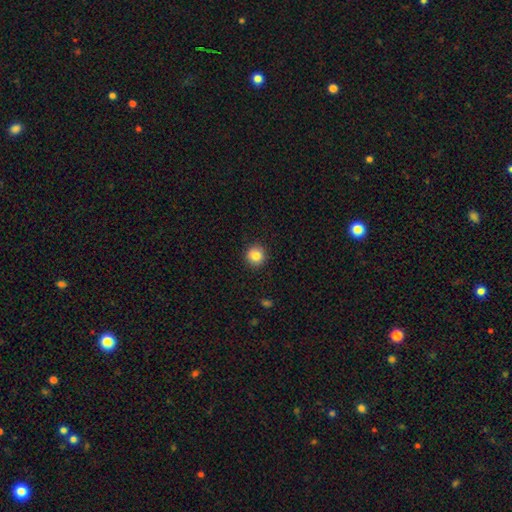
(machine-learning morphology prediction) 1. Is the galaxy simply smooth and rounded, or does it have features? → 84% smooth, 10% star or artifact, 6% featured or disk.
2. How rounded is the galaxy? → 94% round, 5% in between, 1% cigar-shaped.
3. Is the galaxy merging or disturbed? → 92% none, 5% minor disturbance, 2% major disturbance, 1% merger.